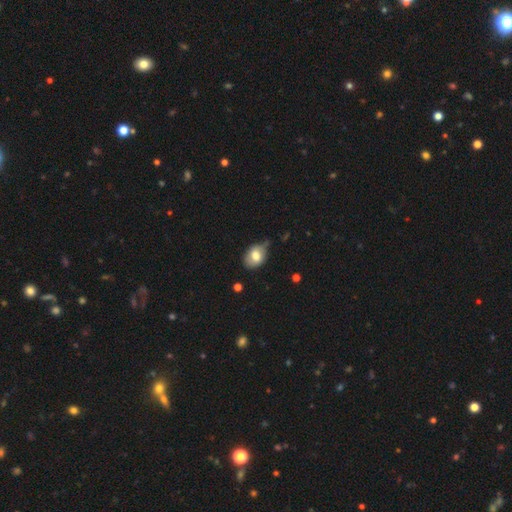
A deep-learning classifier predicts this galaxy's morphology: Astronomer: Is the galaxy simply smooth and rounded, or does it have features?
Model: smooth — 73%.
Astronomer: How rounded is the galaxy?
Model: in between — 68%.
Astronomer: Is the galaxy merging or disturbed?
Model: none — 49% (runner-up: minor disturbance, 37%).